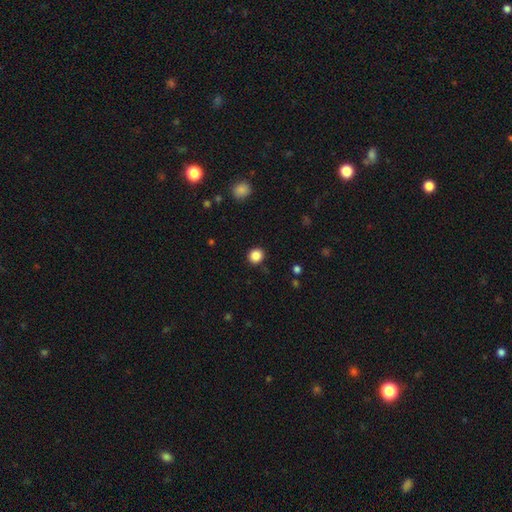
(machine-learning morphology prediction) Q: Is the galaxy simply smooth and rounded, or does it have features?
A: smooth — 86%.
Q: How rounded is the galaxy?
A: round — 87%.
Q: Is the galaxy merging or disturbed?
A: none — 91%.